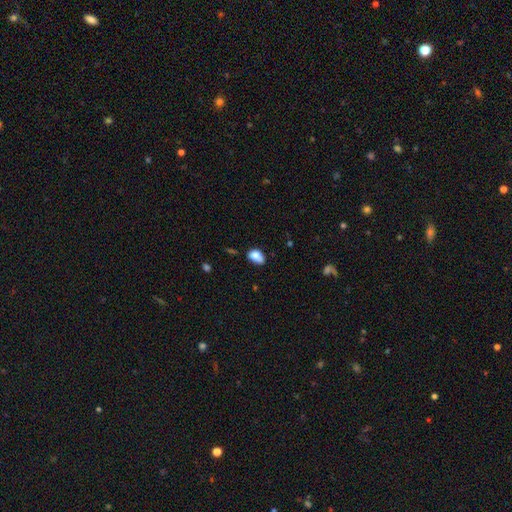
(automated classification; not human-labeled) A smooth galaxy with no disk features (82%) that is in between round and cigar-shaped (85%). Merging: none (55%).